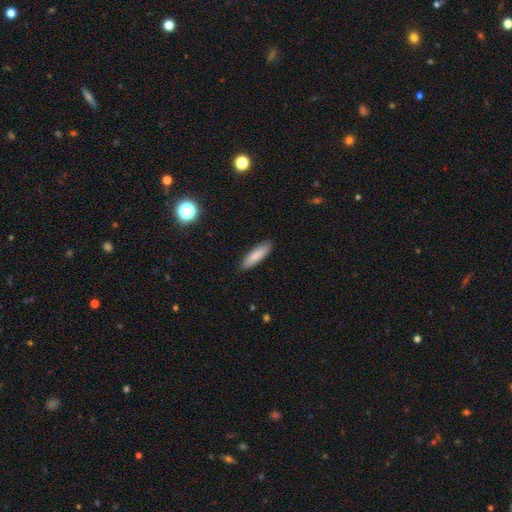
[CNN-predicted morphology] A smooth galaxy with no disk features (84%) that is cigar-shaped (62%). Merging: none (89%).